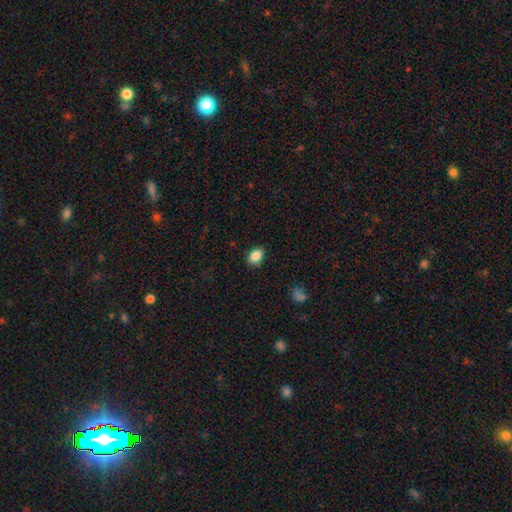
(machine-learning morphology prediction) This is clearly a smooth galaxy (87%). How rounded: likely in between (76%). Merging: clearly none (86%).